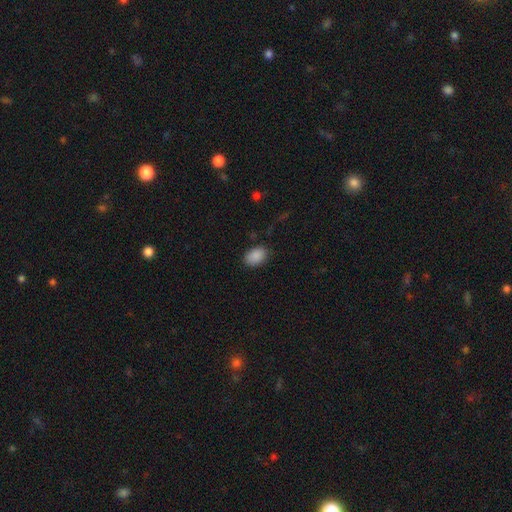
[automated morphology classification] smooth 89%, star or artifact 8%, featured or disk 3%. Down the decision tree: how rounded — in between (86%); merging — none (82%).